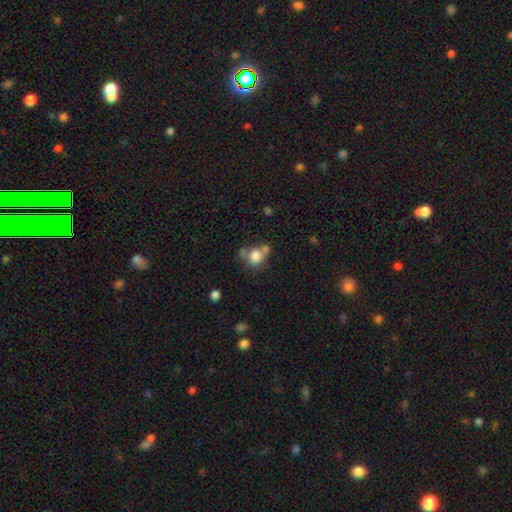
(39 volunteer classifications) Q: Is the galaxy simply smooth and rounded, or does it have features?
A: smooth — 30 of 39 (77%).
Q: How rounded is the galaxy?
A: round — 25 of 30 (83%).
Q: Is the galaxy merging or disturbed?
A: merger — 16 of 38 (42%).